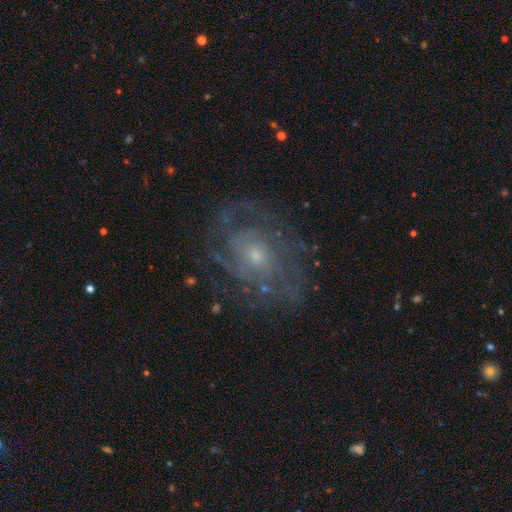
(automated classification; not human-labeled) Smooth or featured?
  - featured or disk: 79% *
  - smooth: 11%
  - star or artifact: 9%
Edge-on disk?
  - no: 96% *
  - yes: 4%
Bar?
  - no: 80% *
  - weak: 17%
  - strong: 3%
Spiral arms?
  - yes: 85% *
  - no: 15%
Spiral winding?
  - tight: 56% *
  - medium: 33%
  - loose: 11%
Spiral arm count?
  - can't tell: 46% *
  - 2: 17%
  - 3: 14%
  - 4: 10%
  - more than 4: 6%
  - 1: 6%
Bulge size?
  - small: 61% *
  - moderate: 33%
  - none: 2%
  - large: 2%
  - dominant: 1%
Merging?
  - none: 72% *
  - minor disturbance: 16%
  - major disturbance: 11%
  - merger: 1%